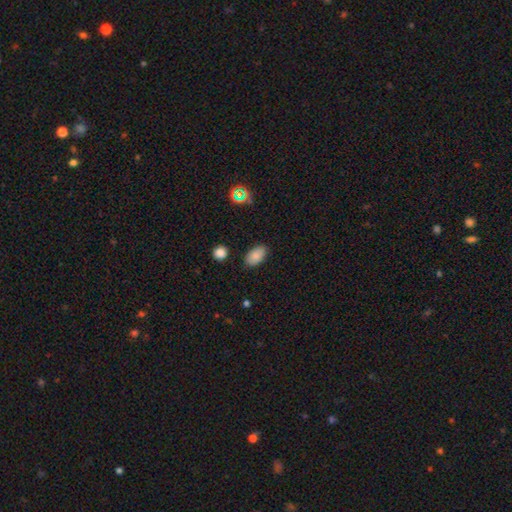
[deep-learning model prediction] This is clearly a smooth galaxy (82%). How rounded: clearly in between (92%). Merging: clearly none (84%).